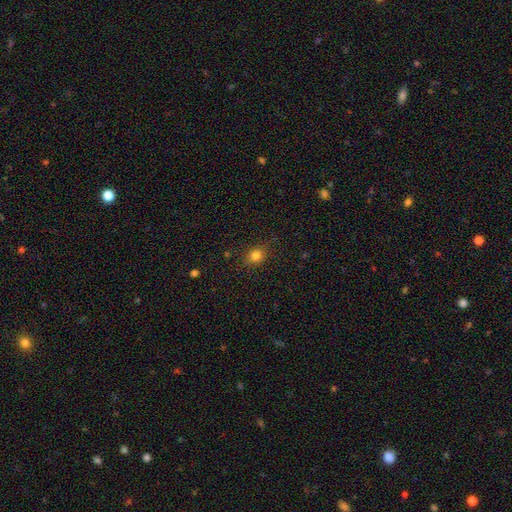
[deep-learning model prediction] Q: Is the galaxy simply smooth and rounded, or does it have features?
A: smooth — 81%.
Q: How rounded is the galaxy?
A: round — 57%.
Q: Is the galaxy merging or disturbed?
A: none — 83%.